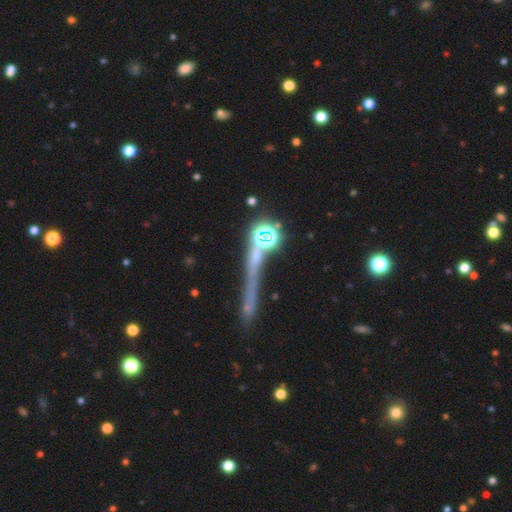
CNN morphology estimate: A star or artifact, not a galaxy (52%).

Vote fractions:
- Smooth or featured? star or artifact: 52% / smooth: 26% / featured or disk: 22%